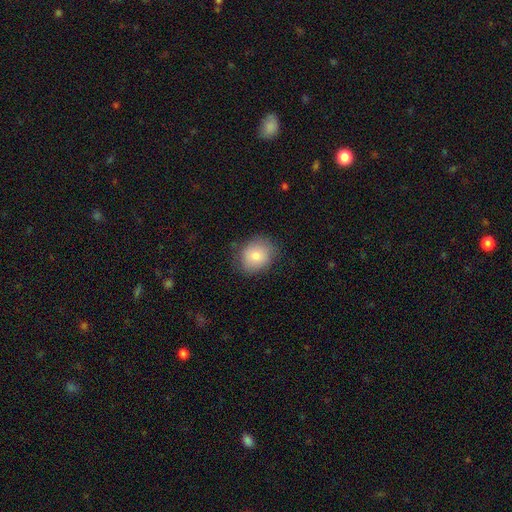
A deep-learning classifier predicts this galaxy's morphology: A smooth galaxy with no disk features (81%) that is round (64%).

Vote fractions:
- Smooth or featured? smooth: 81% / featured or disk: 11% / star or artifact: 8%
- How rounded? round: 64% / in between: 36% / cigar-shaped: 1%
- Merging? none: 76% / minor disturbance: 18% / major disturbance: 5% / merger: 1%